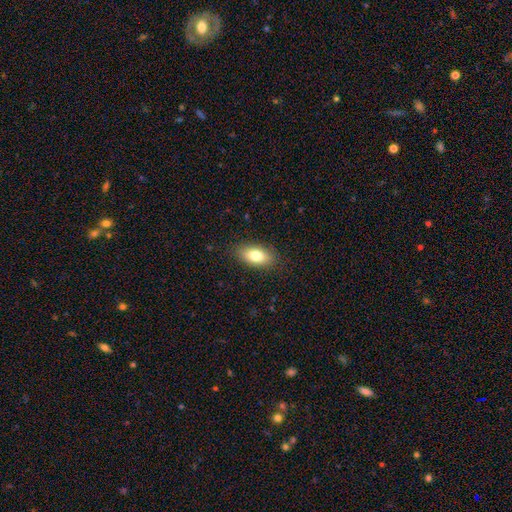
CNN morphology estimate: The model was most divided on "smooth or featured": smooth: 81%, featured or disk: 12%, star or artifact: 8%. More confident: how rounded — in between (90%); merging — none (87%).